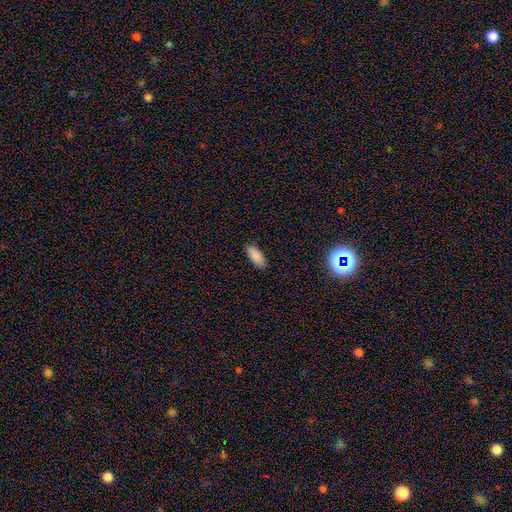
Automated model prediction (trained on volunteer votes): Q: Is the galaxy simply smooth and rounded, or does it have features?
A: smooth — 87%.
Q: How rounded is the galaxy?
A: in between — 85%.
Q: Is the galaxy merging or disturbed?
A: none — 87%.